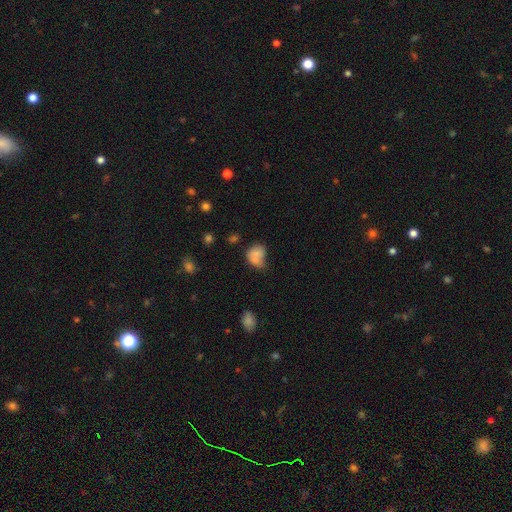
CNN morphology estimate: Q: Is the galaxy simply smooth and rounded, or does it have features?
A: smooth — 74%.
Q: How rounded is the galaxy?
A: in between — 57%.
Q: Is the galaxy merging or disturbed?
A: none — 33%.